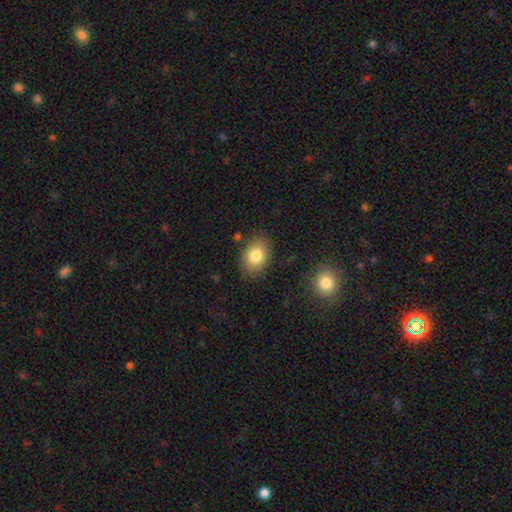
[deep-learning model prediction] This is clearly a smooth galaxy (82%). How rounded: likely in between (73%). Merging: clearly none (83%).